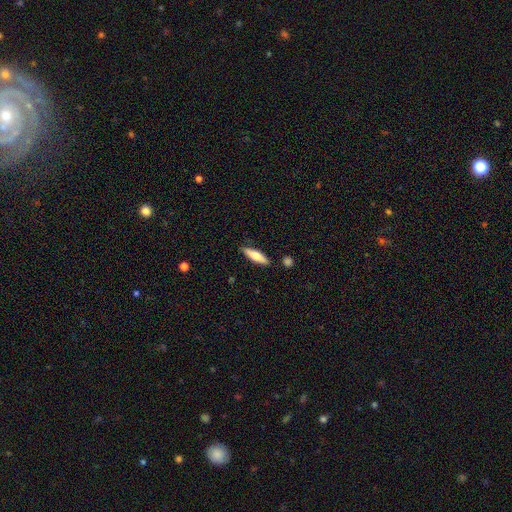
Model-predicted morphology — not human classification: This appears to be a smooth galaxy with no disk features (65%) that is cigar-shaped (64%). Merging: none (85%).